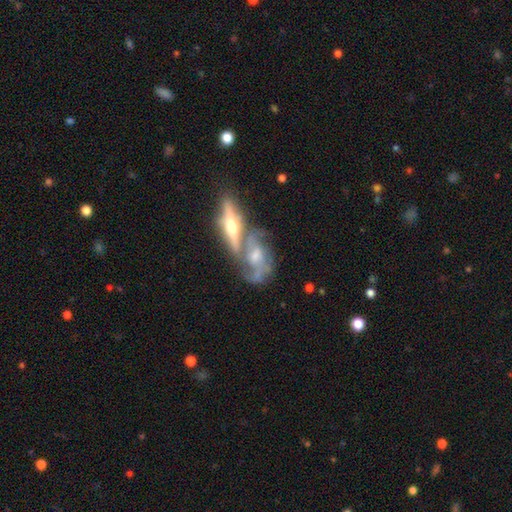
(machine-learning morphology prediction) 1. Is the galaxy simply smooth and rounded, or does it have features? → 78% featured or disk, 15% smooth, 7% star or artifact.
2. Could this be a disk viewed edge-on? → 58% no, 42% yes.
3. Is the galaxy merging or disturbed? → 48% merger, 32% none, 12% minor disturbance, 7% major disturbance.